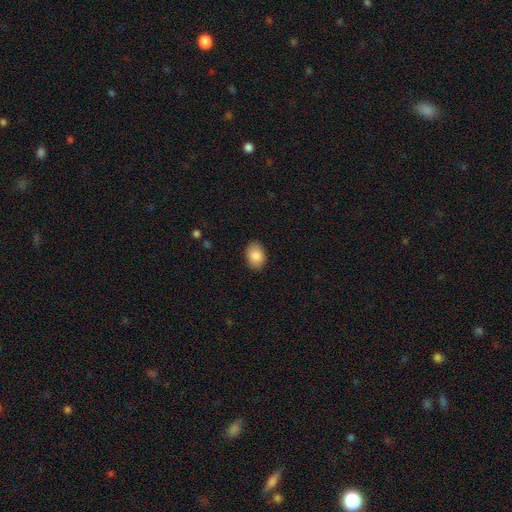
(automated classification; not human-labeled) Morphology: type=smooth (87%); roundness=in between (81%); merging=none (88%).